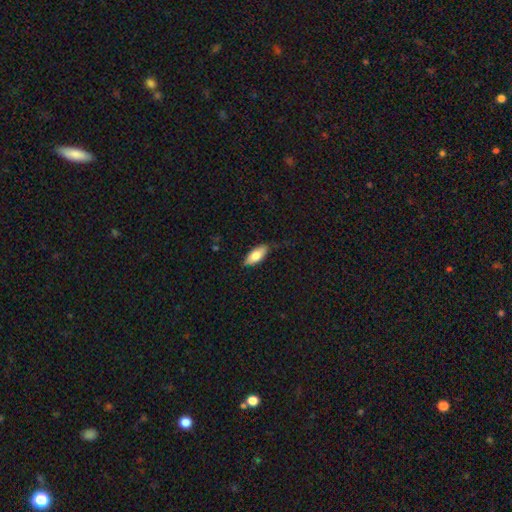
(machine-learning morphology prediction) Smooth or featured?
  - smooth: 77% *
  - featured or disk: 16%
  - star or artifact: 6%
How rounded?
  - in between: 83% *
  - cigar-shaped: 15%
  - round: 2%
Merging?
  - none: 76% *
  - minor disturbance: 19%
  - major disturbance: 3%
  - merger: 1%